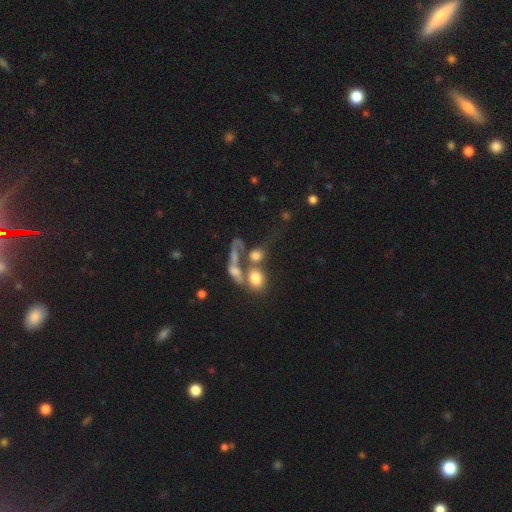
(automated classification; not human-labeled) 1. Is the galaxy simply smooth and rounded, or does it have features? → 64% smooth, 23% featured or disk, 13% star or artifact.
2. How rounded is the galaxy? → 55% round, 41% in between, 4% cigar-shaped.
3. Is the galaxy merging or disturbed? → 49% merger, 23% none, 18% major disturbance, 10% minor disturbance.